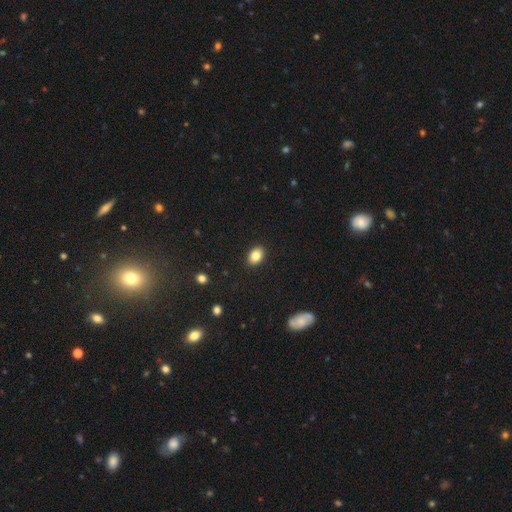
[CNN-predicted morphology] type=smooth (84%); roundness=in between (79%); merging=none (90%).